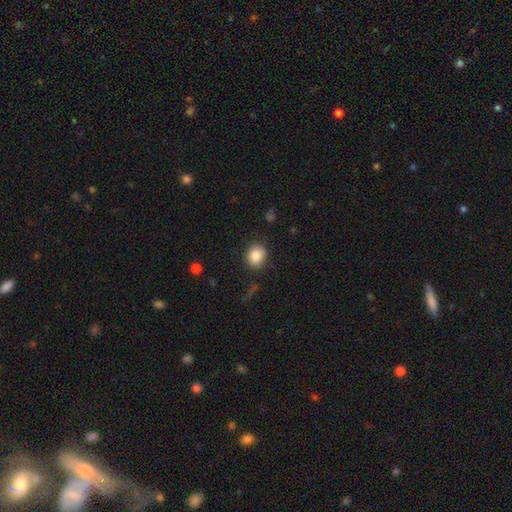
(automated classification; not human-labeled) The model was most divided on "how rounded": round: 68%, in between: 31%, cigar-shaped: 1%. More confident: merging — none (86%); smooth or featured — smooth (84%).